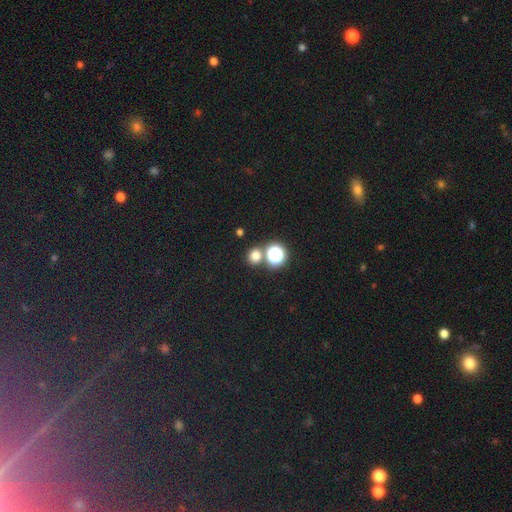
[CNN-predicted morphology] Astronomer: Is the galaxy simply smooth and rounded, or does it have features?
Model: smooth — 71%.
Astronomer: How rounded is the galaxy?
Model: round — 86%.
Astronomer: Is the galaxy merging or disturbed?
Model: none — 75%.